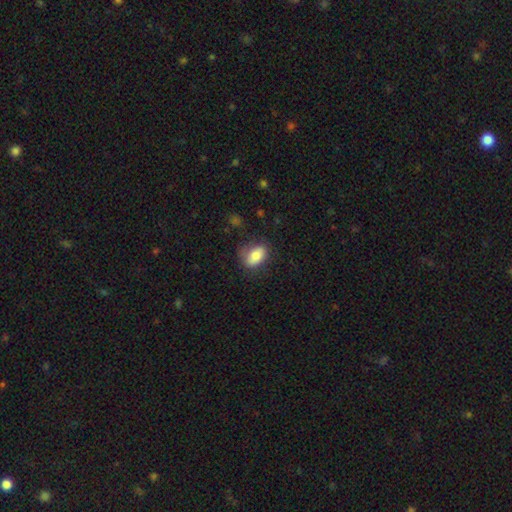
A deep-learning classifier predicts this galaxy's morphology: A smooth galaxy with no disk features (80%) that is in between round and cigar-shaped (86%). Merging: none (65%).